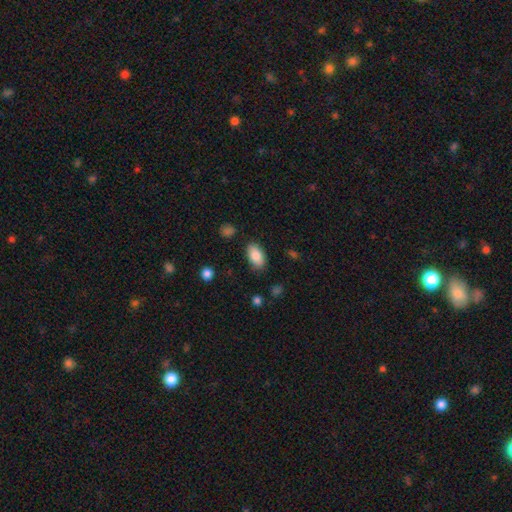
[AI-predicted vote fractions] A smooth galaxy with no disk features (85%) that is in between round and cigar-shaped (93%). Merging: none (84%).